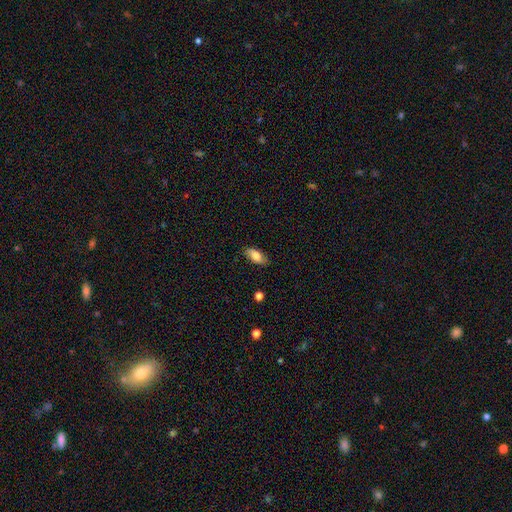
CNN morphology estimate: type=smooth (80%); roundness=in between (86%); merging=none (83%).